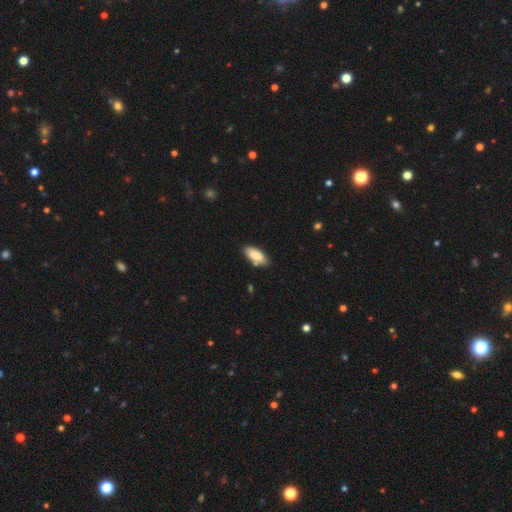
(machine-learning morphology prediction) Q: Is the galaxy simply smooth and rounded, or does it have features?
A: smooth — 82%.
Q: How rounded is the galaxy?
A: in between — 82%.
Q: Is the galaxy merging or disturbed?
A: none — 78%.